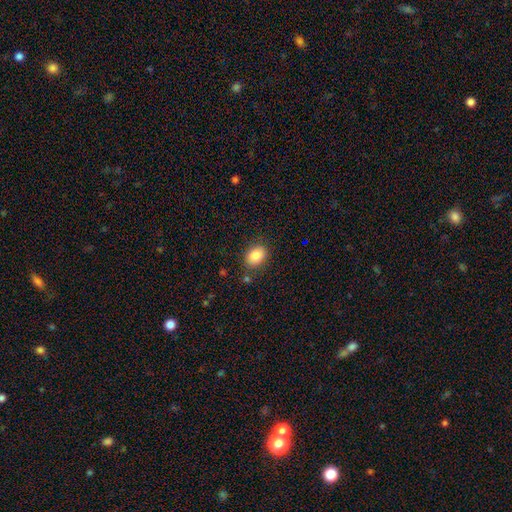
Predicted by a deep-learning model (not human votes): smooth-or-featured: smooth: 84% | star or artifact: 9% | featured or disk: 7%
  how-rounded: in between: 64% | round: 35% | cigar-shaped: 1%
  merging: none: 83% | minor disturbance: 11% | major disturbance: 3% | merger: 3%